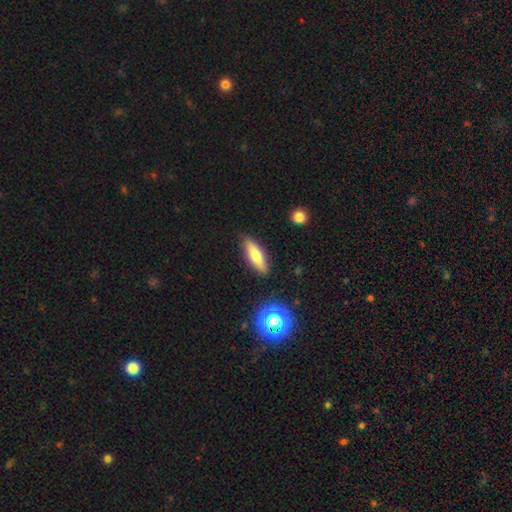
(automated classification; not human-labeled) Smooth or featured? smooth (58%)
How rounded? cigar-shaped (60%)
Merging? none (86%)